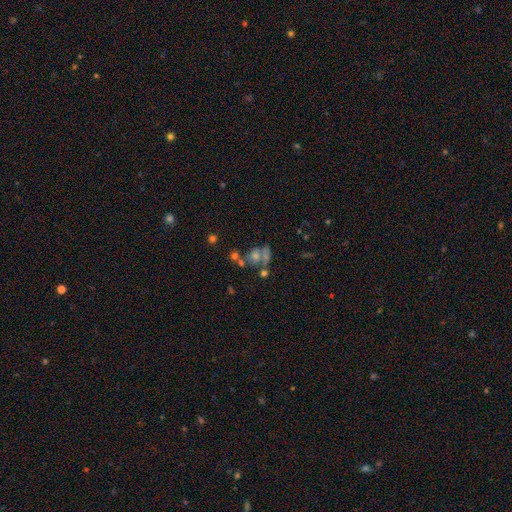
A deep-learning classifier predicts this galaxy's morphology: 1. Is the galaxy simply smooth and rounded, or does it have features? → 38% featured or disk, 35% smooth, 27% star or artifact.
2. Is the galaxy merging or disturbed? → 37% none, 33% merger, 17% major disturbance, 14% minor disturbance.